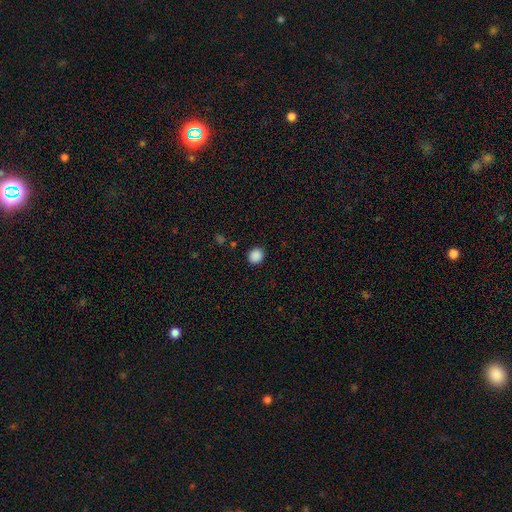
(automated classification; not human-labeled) Smooth or featured?
  - smooth: 88% *
  - star or artifact: 10%
  - featured or disk: 2%
How rounded?
  - round: 84% *
  - in between: 15%
  - cigar-shaped: 1%
Merging?
  - none: 91% *
  - minor disturbance: 6%
  - major disturbance: 2%
  - merger: 1%